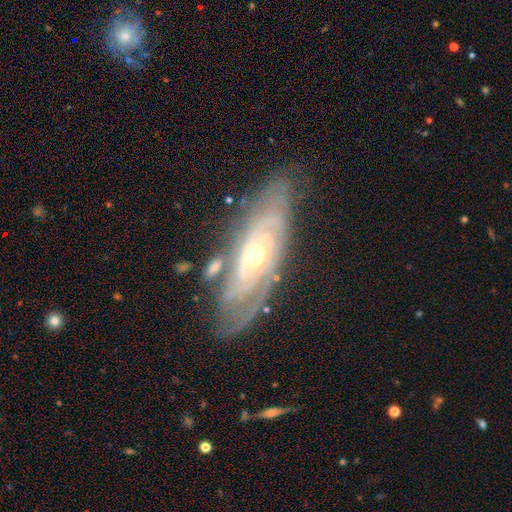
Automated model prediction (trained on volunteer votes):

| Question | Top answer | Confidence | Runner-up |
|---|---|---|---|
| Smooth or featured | featured or disk | 83% | smooth (10%) |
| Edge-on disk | no | 85% | yes (15%) |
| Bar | no | 73% | weak (20%) |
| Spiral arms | yes | 90% | no (10%) |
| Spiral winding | tight | 73% | medium (22%) |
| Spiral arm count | can't tell | 47% | 2 (25%) |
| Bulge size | small | 51% | moderate (45%) |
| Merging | none | 74% | minor disturbance (17%) |